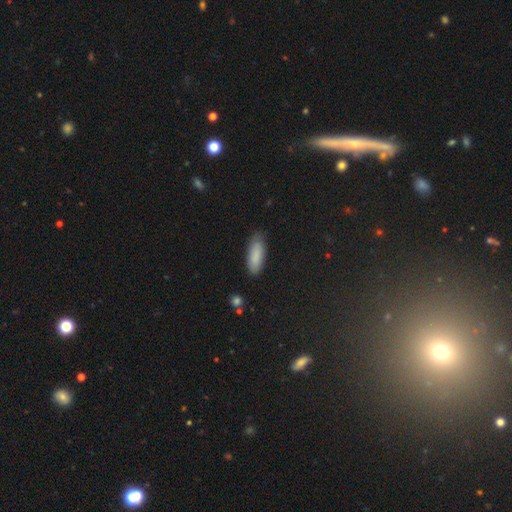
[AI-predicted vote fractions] smooth-or-featured: smooth: 87% | featured or disk: 7% | star or artifact: 6%
  how-rounded: in between: 68% | cigar-shaped: 31% | round: 2%
  merging: none: 79% | minor disturbance: 17% | major disturbance: 3% | merger: 1%